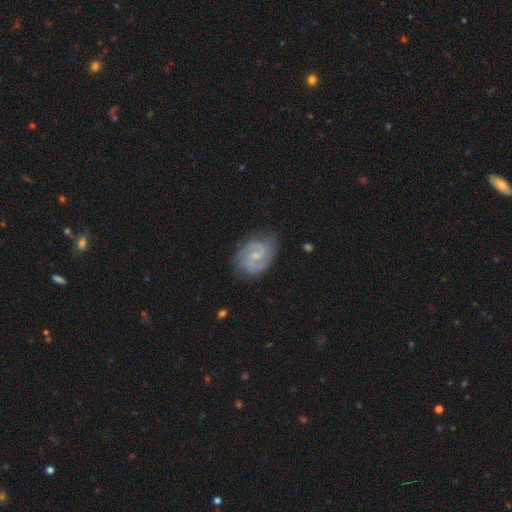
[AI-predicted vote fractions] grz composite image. It shows a featured or disk galaxy (84%) with a weak bar (56%), 2 (84%) medium (51%) spiral arms (96%) and a small central bulge (63%). Merging: none (75%).